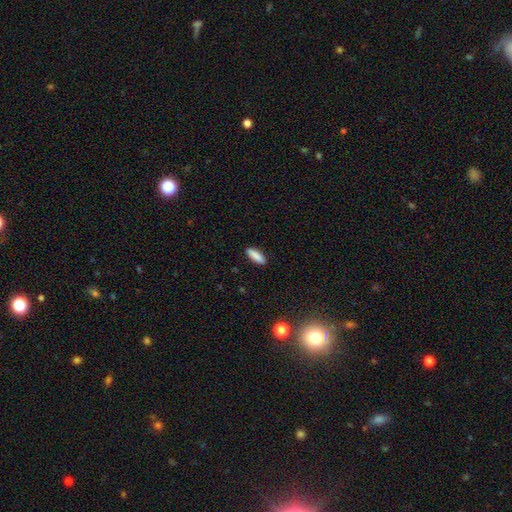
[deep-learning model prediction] A smooth galaxy with no disk features (88%) that is cigar-shaped (52%).

Vote fractions:
- Smooth or featured? smooth: 88% / star or artifact: 7% / featured or disk: 5%
- How rounded? cigar-shaped: 52% / in between: 46% / round: 2%
- Merging? none: 90% / minor disturbance: 7% / major disturbance: 2% / merger: 1%